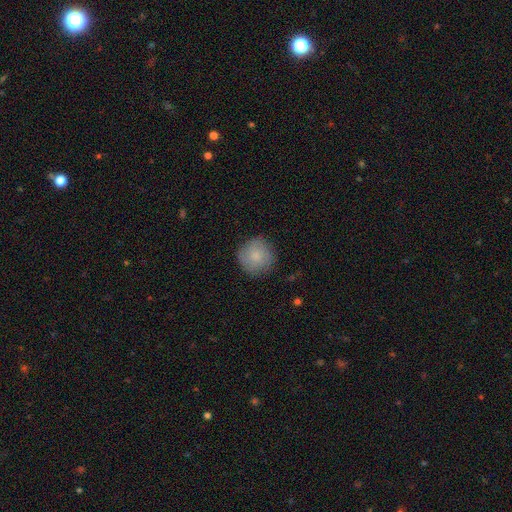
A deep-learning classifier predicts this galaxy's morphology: Smooth or featured? smooth (81%)
How rounded? round (94%)
Merging? none (83%)